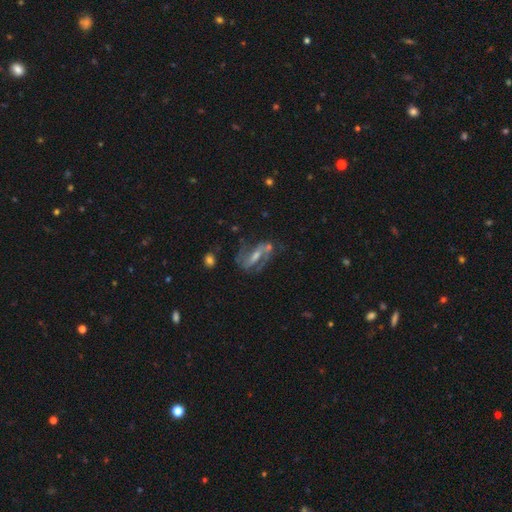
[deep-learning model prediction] Smooth or featured?
  - featured or disk: 73% *
  - smooth: 17%
  - star or artifact: 10%
Edge-on disk?
  - no: 86% *
  - yes: 14%
Bar?
  - strong: 44% *
  - weak: 34%
  - no: 23%
Spiral arms?
  - yes: 77% *
  - no: 23%
Bulge size?
  - small: 43% *
  - moderate: 41%
  - none: 9%
  - large: 5%
  - dominant: 2%
Merging?
  - none: 49% *
  - major disturbance: 20%
  - minor disturbance: 19%
  - merger: 11%